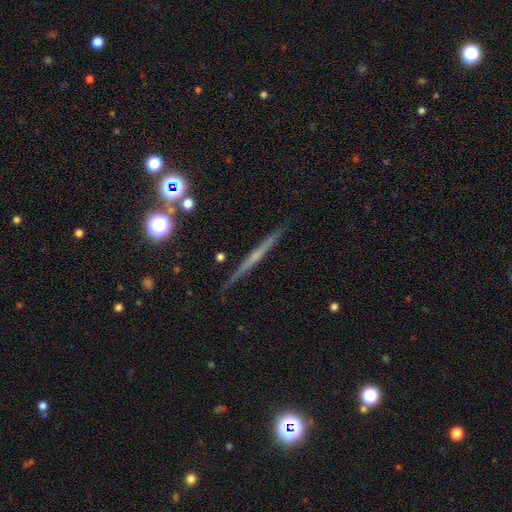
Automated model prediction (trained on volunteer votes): A featured or disk galaxy (63%) viewed edge-on (97%) with no central bulge (68%). Merging: none (89%).